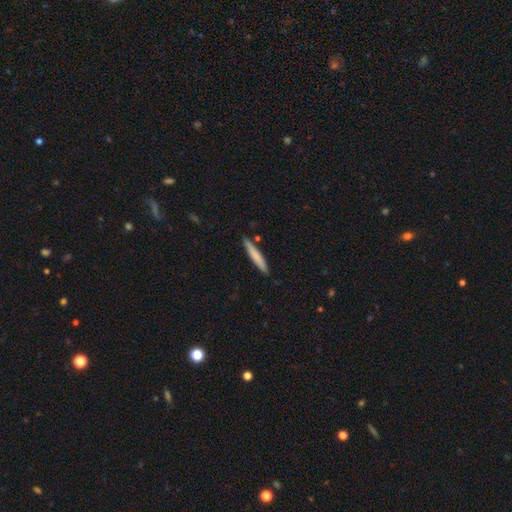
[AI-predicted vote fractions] The model was most divided on "smooth or featured": smooth: 74%, featured or disk: 20%, star or artifact: 6%. More confident: how rounded — cigar-shaped (94%); merging — none (87%).